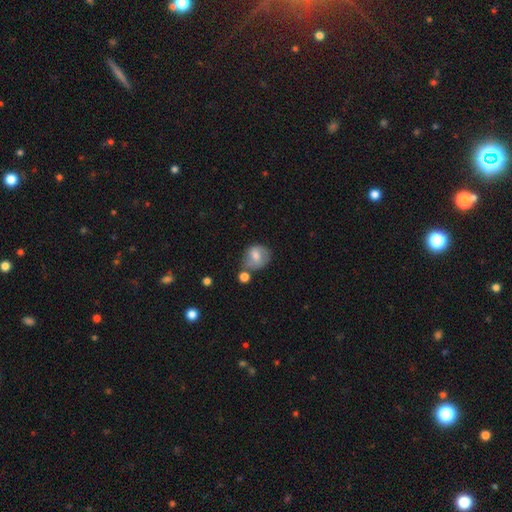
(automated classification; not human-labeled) Overall: smooth (68%). How rounded: round (65%; in between 34%). Merging: none (53%; minor disturbance 23%).